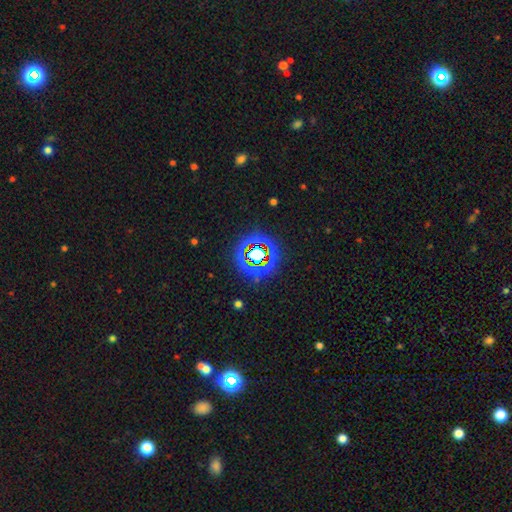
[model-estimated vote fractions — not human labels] This appears to be a star or artifact, not a galaxy (78%).